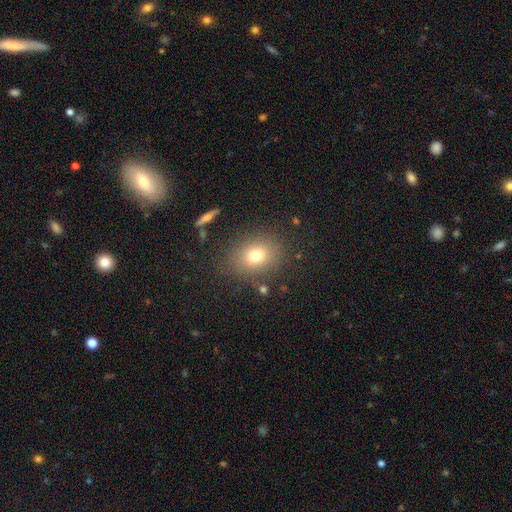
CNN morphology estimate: type=smooth (74%); roundness=in between (51%); merging=none (82%).